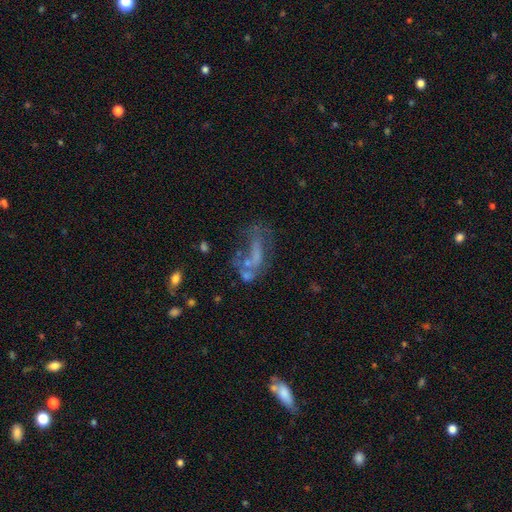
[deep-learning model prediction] smooth_or_featured: featured or disk (p=0.54) [alt: smooth p=0.27]
disk_edge_on: no (p=0.94) [alt: yes p=0.06]
bar: no (p=0.71) [alt: weak p=0.20]
has_spiral_arms: no (p=0.75) [alt: yes p=0.25]
bulge_size: none (p=0.62) [alt: small p=0.22]
merging: major disturbance (p=0.35) [alt: none p=0.30]